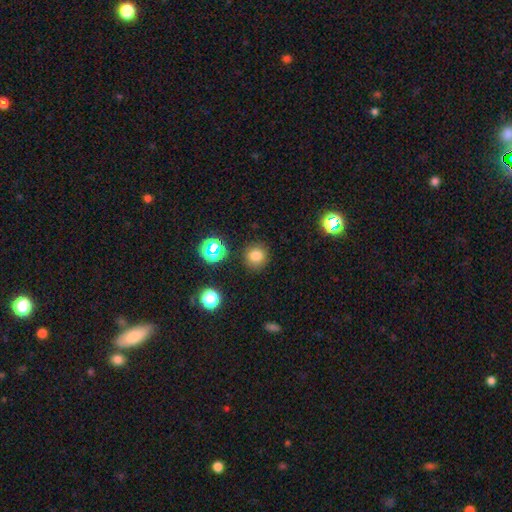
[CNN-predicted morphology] The model was most divided on "smooth or featured": smooth: 77%, star or artifact: 17%, featured or disk: 6%. More confident: how rounded — round (90%); merging — none (87%).